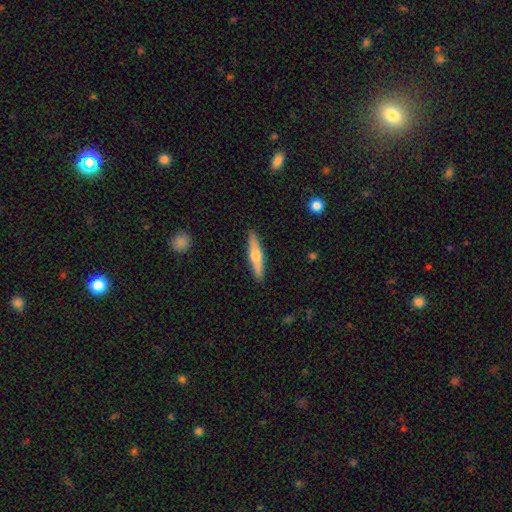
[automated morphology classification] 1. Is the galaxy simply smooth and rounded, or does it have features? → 48% featured or disk, 47% smooth, 6% star or artifact.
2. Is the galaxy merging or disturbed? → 90% none, 7% minor disturbance, 2% major disturbance, 1% merger.